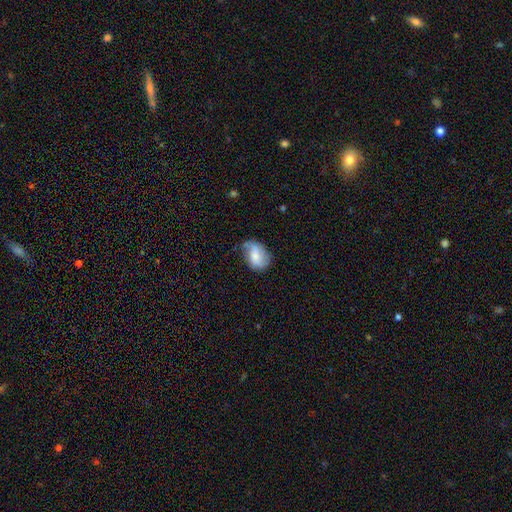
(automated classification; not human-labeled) Overall: featured or disk (48%; smooth 45%). Merging: none (52%; minor disturbance 33%).